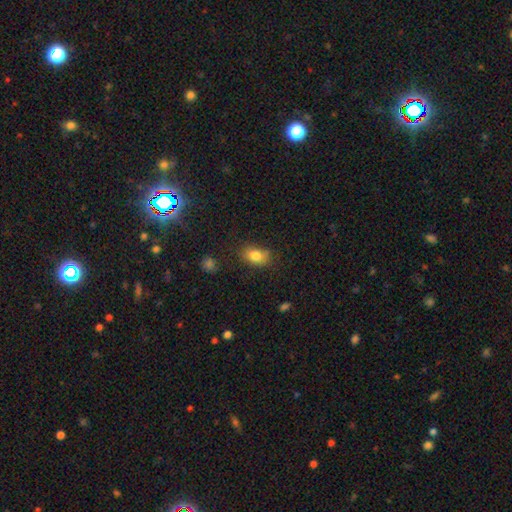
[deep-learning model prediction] smooth 82%, star or artifact 9%, featured or disk 8%. Down the decision tree: how rounded — in between (80%); merging — none (73%).